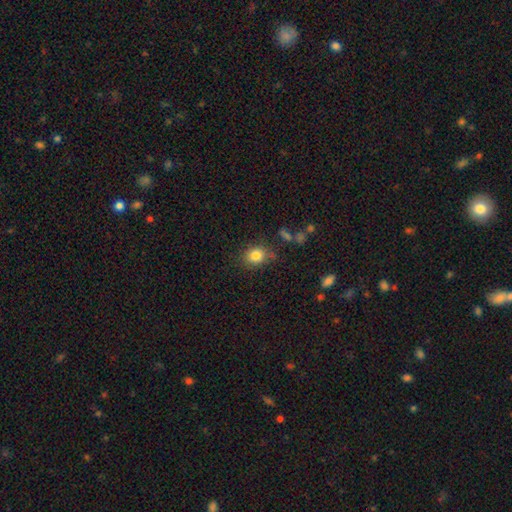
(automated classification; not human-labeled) Smooth or featured?
  - smooth: 82% *
  - star or artifact: 11%
  - featured or disk: 7%
How rounded?
  - round: 65% *
  - in between: 34%
  - cigar-shaped: 1%
Merging?
  - none: 77% *
  - minor disturbance: 15%
  - major disturbance: 4%
  - merger: 4%